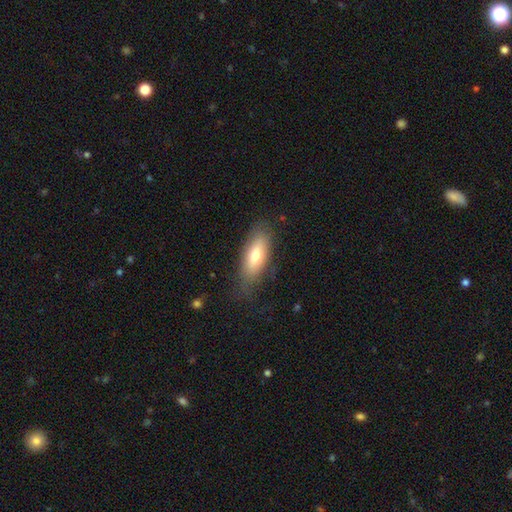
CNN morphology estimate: smooth 70%, featured or disk 23%, star or artifact 7%. Down the decision tree: how rounded — in between (75%); merging — none (75%).